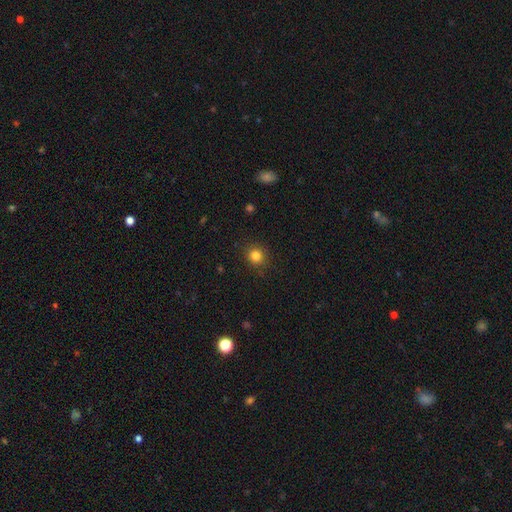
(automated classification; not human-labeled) Q: Smooth or featured?
A: smooth (83%); runner-up: star or artifact (12%)
Q: How rounded?
A: round (88%); runner-up: in between (11%)
Q: Merging?
A: none (89%); runner-up: minor disturbance (8%)